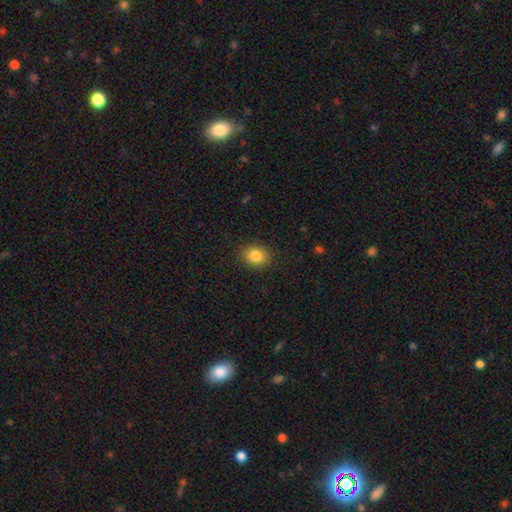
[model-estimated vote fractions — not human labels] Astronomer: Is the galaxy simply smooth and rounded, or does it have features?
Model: smooth — 84%.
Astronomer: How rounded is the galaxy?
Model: round — 53% (runner-up: in between, 46%).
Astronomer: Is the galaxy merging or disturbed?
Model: none — 88%.